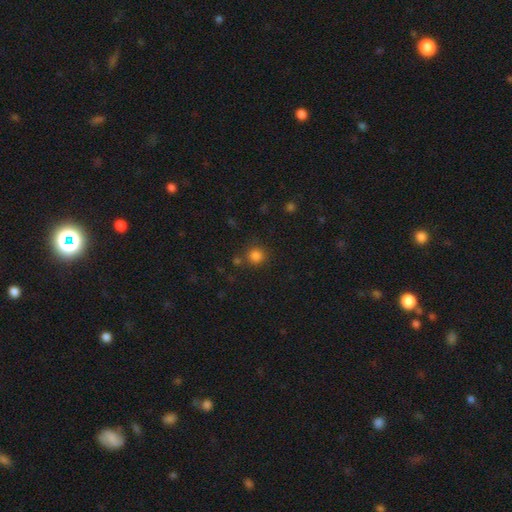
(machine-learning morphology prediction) Q: Smooth or featured?
A: smooth (83%); runner-up: star or artifact (13%)
Q: How rounded?
A: round (91%); runner-up: in between (8%)
Q: Merging?
A: none (79%); runner-up: minor disturbance (9%)